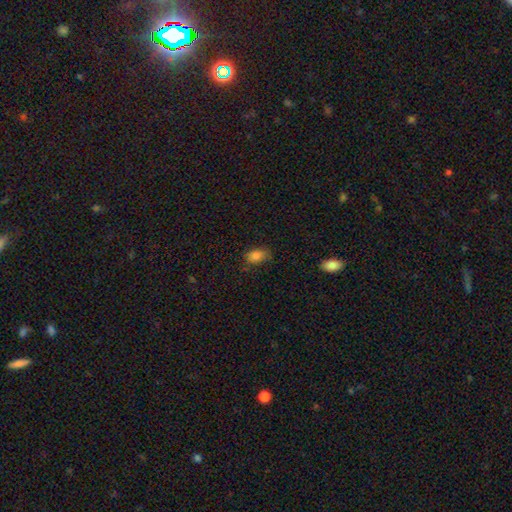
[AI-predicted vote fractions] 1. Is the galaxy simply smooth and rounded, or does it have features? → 82% smooth, 11% star or artifact, 7% featured or disk.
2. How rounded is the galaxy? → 83% in between, 15% round, 2% cigar-shaped.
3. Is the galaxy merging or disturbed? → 66% none, 25% minor disturbance, 6% major disturbance, 2% merger.